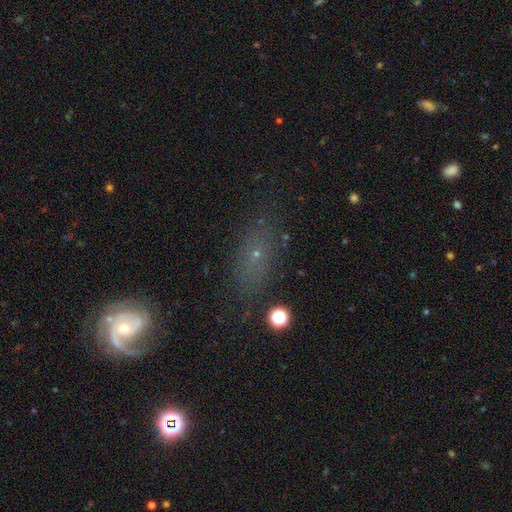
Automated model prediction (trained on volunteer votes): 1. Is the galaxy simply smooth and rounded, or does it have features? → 46% featured or disk, 35% smooth, 19% star or artifact.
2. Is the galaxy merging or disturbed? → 67% none, 18% minor disturbance, 11% major disturbance, 5% merger.